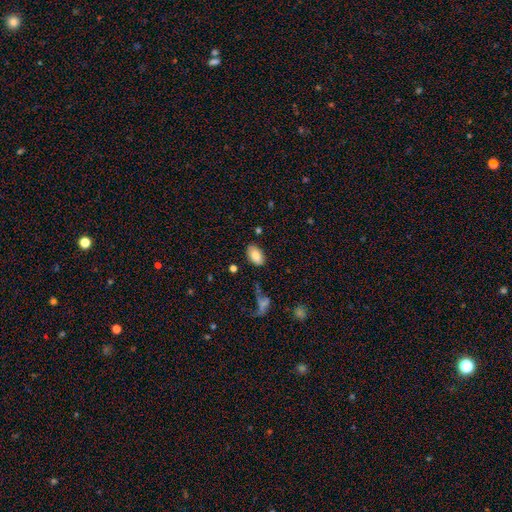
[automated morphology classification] smooth 82%, featured or disk 10%, star or artifact 8%. Down the decision tree: how rounded — in between (94%); merging — none (80%).